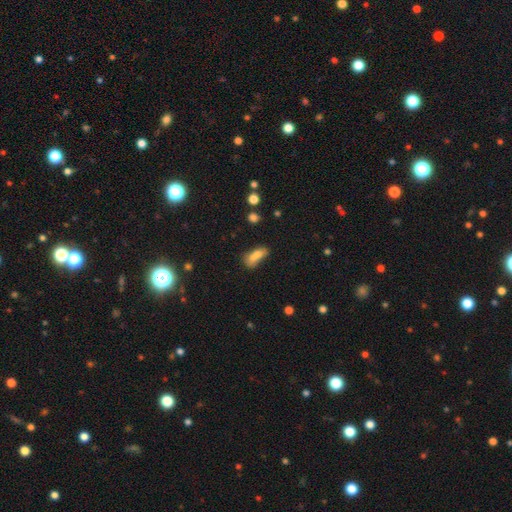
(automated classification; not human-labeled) Morphology: type=smooth (71%); roundness=in between (74%); merging=merger (54%).